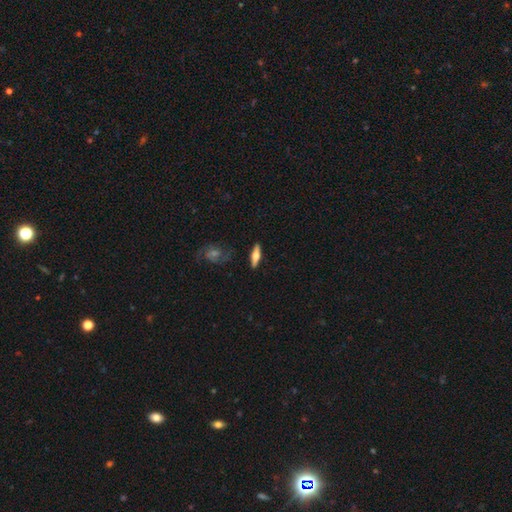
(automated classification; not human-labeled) A featured or disk galaxy (52%) viewed edge-on (89%). Merging: none (85%).